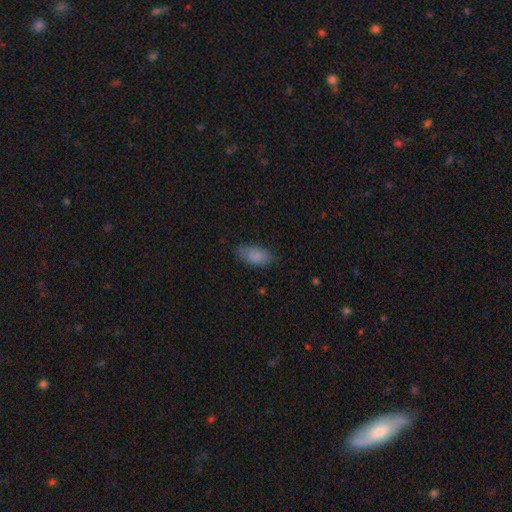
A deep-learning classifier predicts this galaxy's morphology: type=smooth (86%); roundness=in between (92%); merging=none (78%).